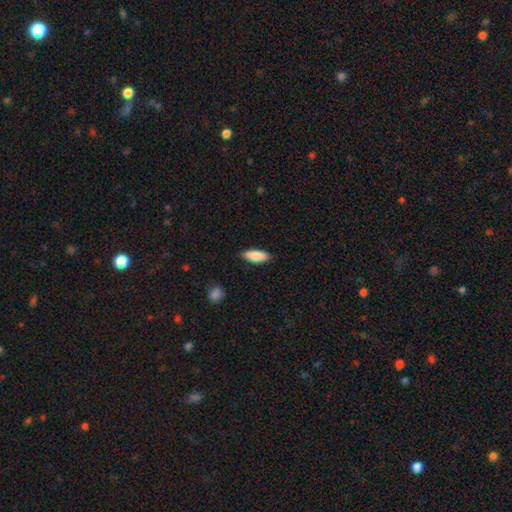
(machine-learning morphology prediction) Q: Smooth or featured?
A: smooth (87%); runner-up: featured or disk (7%)
Q: How rounded?
A: in between (67%); runner-up: cigar-shaped (32%)
Q: Merging?
A: none (86%); runner-up: minor disturbance (11%)